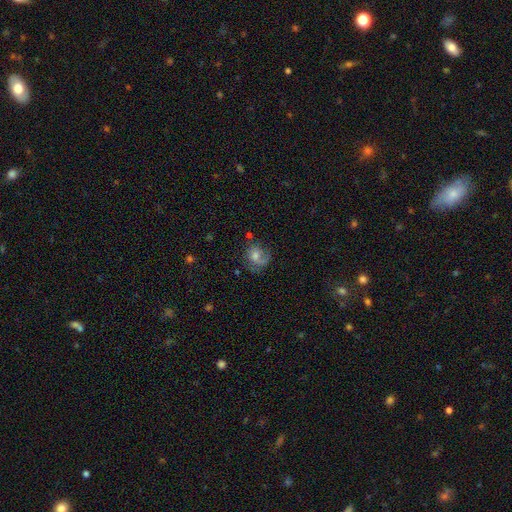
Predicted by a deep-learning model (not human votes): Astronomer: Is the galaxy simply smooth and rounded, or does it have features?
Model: featured or disk — 43% (runner-up: smooth, 42%).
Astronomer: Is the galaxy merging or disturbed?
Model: none — 54%.